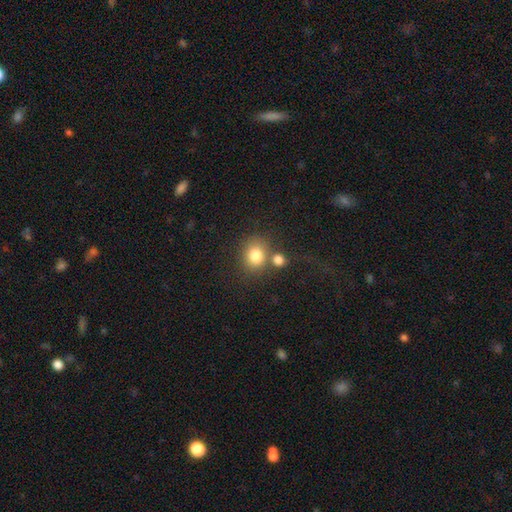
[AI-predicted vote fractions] This appears to be a smooth galaxy with no disk features (81%) that is round (71%). Merging: none (59%).